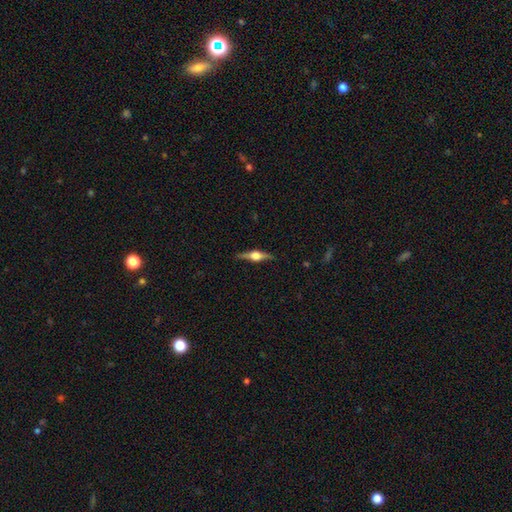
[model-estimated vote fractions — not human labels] A featured or disk galaxy (78%) viewed edge-on (98%) with a rounded central bulge (94%).

Vote fractions:
- Smooth or featured? featured or disk: 78% / smooth: 16% / star or artifact: 6%
- Edge-on disk? yes: 98% / no: 2%
- Edge-on bulge? rounded: 94% / boxy: 5% / none: 1%
- Merging? none: 89% / minor disturbance: 8% / major disturbance: 2% / merger: 1%